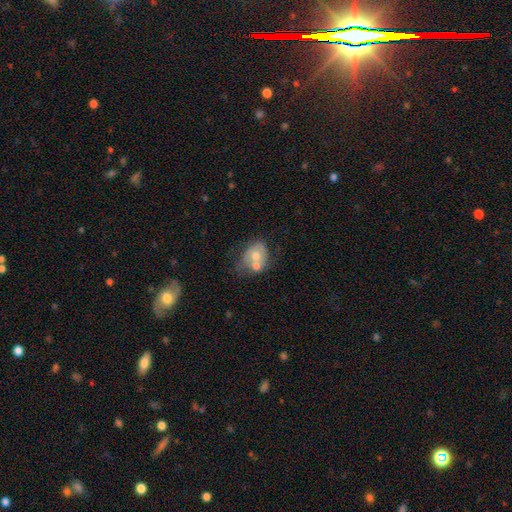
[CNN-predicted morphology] smooth-or-featured: smooth: 51% | featured or disk: 41% | star or artifact: 8%
  how-rounded: in between: 60% | round: 39% | cigar-shaped: 1%
  merging: merger: 51% | none: 22% | minor disturbance: 16% | major disturbance: 10%